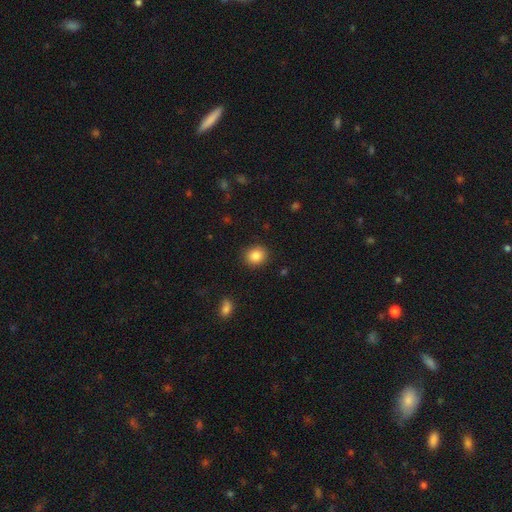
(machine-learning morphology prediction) Smooth or featured?
  - smooth: 85% *
  - star or artifact: 9%
  - featured or disk: 5%
How rounded?
  - round: 77% *
  - in between: 22%
  - cigar-shaped: 1%
Merging?
  - none: 89% *
  - minor disturbance: 7%
  - major disturbance: 2%
  - merger: 1%